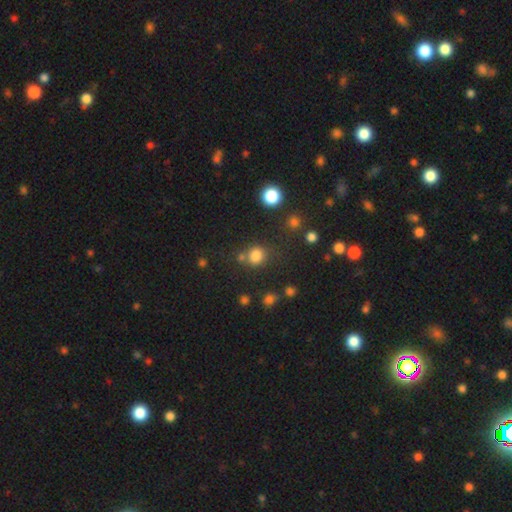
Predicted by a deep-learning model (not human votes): smooth_or_featured: smooth (p=0.80) [alt: star or artifact p=0.15]
how_rounded: round (p=0.82) [alt: in between p=0.17]
merging: none (p=0.67) [alt: merger p=0.15]